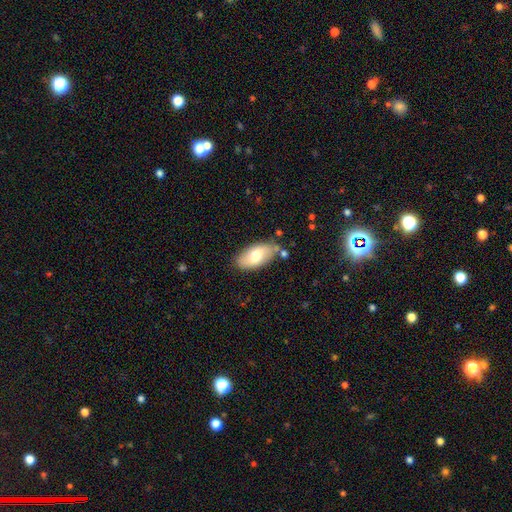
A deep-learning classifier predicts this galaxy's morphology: smooth_or_featured: smooth (p=0.64) [alt: featured or disk p=0.30]
how_rounded: in between (p=0.93) [alt: cigar-shaped p=0.04]
merging: none (p=0.76) [alt: minor disturbance p=0.16]